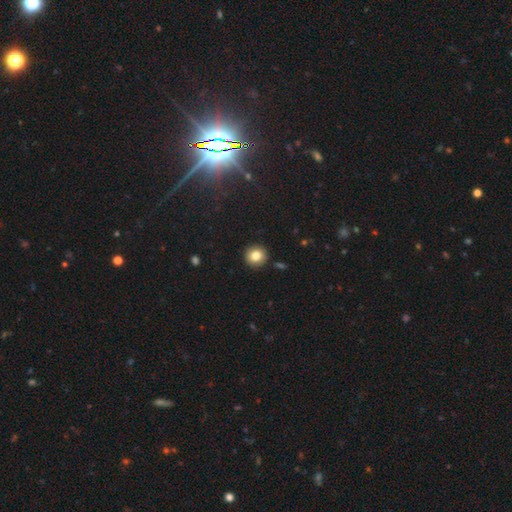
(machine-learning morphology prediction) Smooth or featured? smooth (82%)
How rounded? round (92%)
Merging? none (91%)